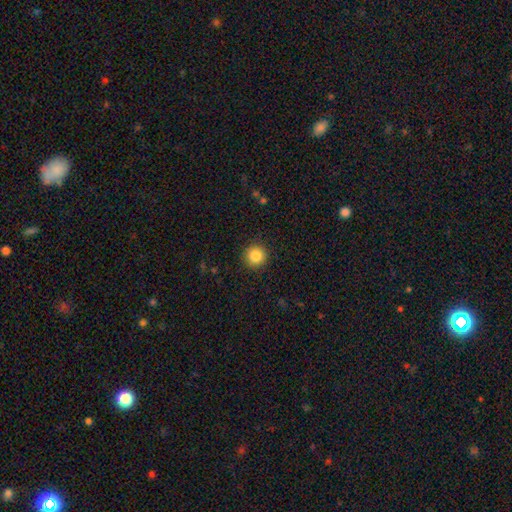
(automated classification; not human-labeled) Overall: smooth (85%). How rounded: round (95%). Merging: none (91%).